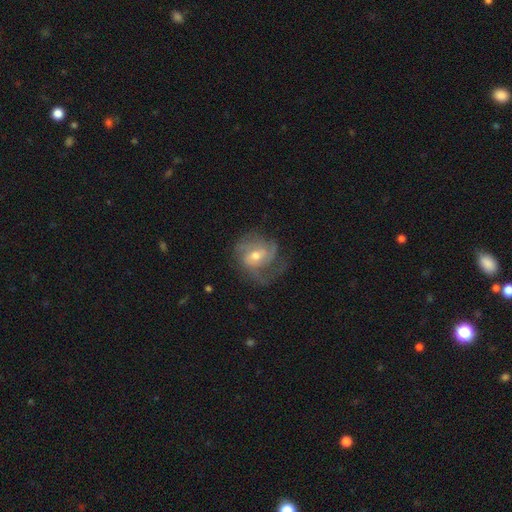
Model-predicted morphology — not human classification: A featured or disk galaxy (78%) with no bar (47%), 2 (32%) medium (45%) spiral arms (92%) and a moderate central bulge (60%).

Vote fractions:
- Smooth or featured? featured or disk: 78% / smooth: 15% / star or artifact: 7%
- Edge-on disk? no: 97% / yes: 3%
- Bar? no: 47% / weak: 41% / strong: 12%
- Spiral arms? yes: 92% / no: 8%
- Spiral winding? medium: 45% / tight: 32% / loose: 23%
- Spiral arm count? 2: 32% / 3: 28% / can't tell: 22% / 1: 8% / 4: 6% / more than 4: 4%
- Bulge size? moderate: 60% / small: 35% / large: 3% / none: 1% / dominant: 1%
- Merging? none: 55% / minor disturbance: 22% / major disturbance: 21% / merger: 2%